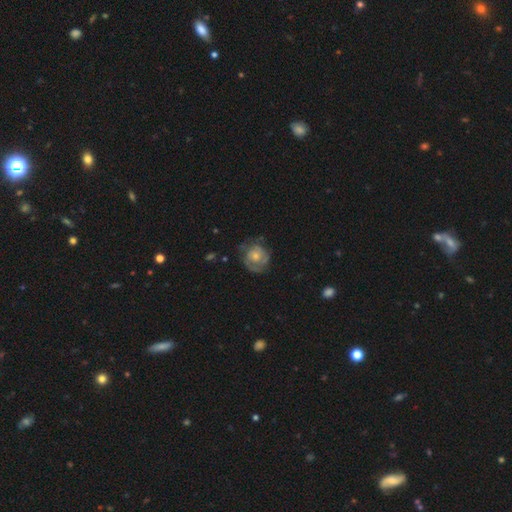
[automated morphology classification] Overall: featured or disk (59%; smooth 35%). Edge-on disk: no (98%). Bar: no (81%). Spiral arms: yes (74%). Bulge size: moderate (47%; small 43%). Merging: none (61%; minor disturbance 24%).